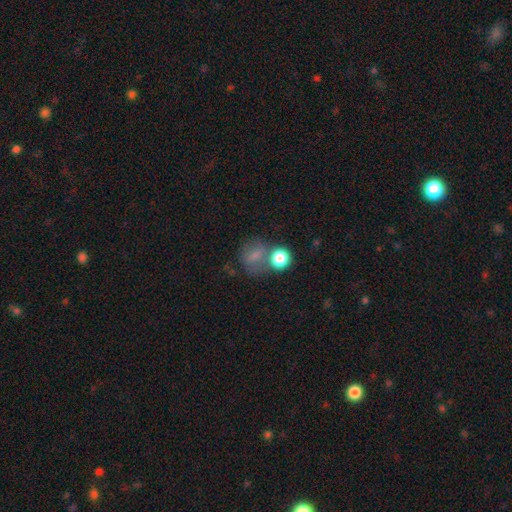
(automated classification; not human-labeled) Smooth or featured: smooth — 67% (featured or disk — 16%)
How rounded: round — 60% (in between — 38%)
Merging: none — 43% (merger — 27%)